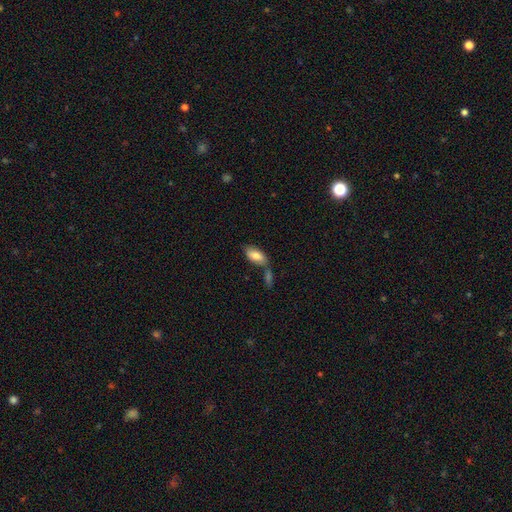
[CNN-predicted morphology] type=smooth (78%); roundness=in between (91%); merging=none (50%).